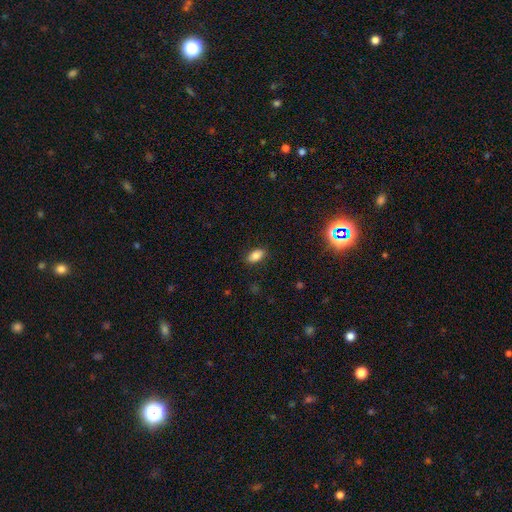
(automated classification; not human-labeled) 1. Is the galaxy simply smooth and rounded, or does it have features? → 81% smooth, 10% star or artifact, 9% featured or disk.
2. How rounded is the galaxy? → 89% in between, 6% round, 5% cigar-shaped.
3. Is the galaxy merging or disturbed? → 87% none, 10% minor disturbance, 2% major disturbance, 1% merger.